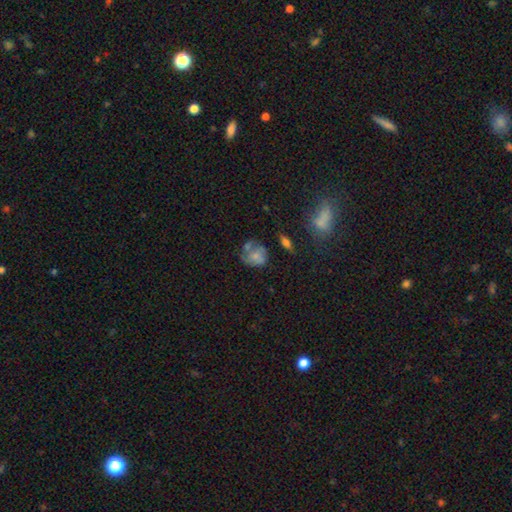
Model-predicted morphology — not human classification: Smooth or featured? smooth (51%)
How rounded? round (64%)
Merging? none (43%)